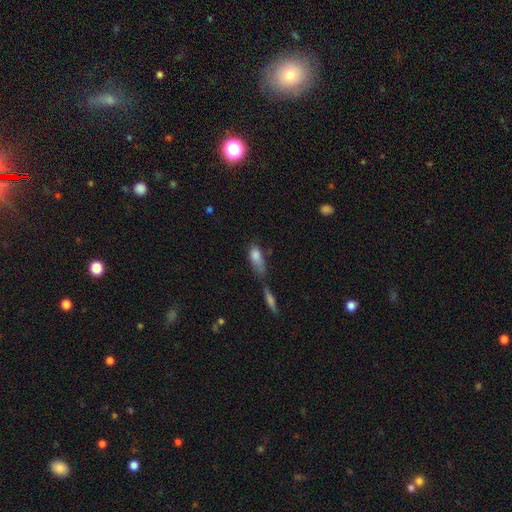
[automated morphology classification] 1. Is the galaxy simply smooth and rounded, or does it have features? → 77% smooth, 15% featured or disk, 8% star or artifact.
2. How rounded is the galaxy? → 76% in between, 19% cigar-shaped, 5% round.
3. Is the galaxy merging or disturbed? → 33% merger, 26% none, 23% minor disturbance, 18% major disturbance.